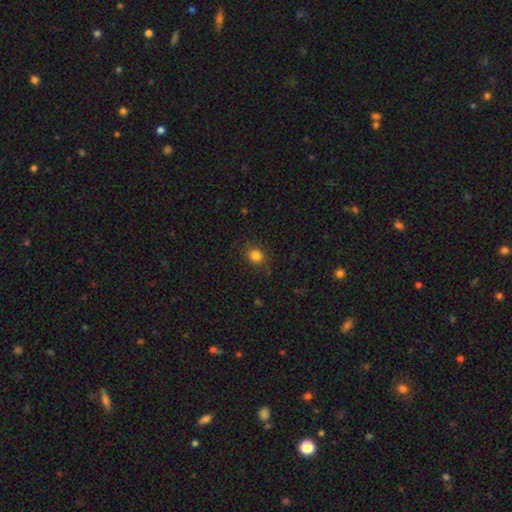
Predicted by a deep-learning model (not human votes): This appears to be a smooth galaxy with no disk features (83%) that is round (70%). Merging: none (84%).